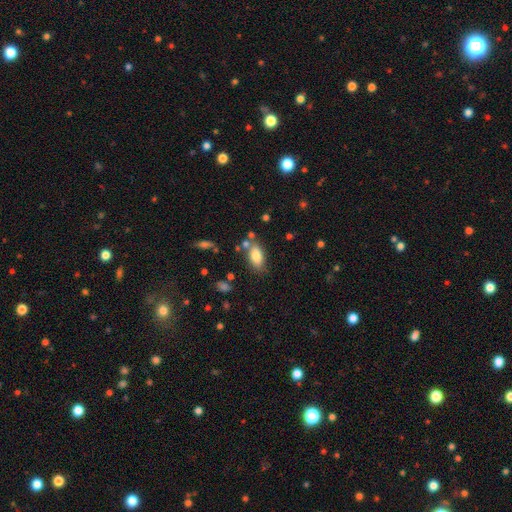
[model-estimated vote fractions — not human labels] smooth 83%, featured or disk 10%, star or artifact 8%. Down the decision tree: how rounded — in between (89%); merging — none (69%).